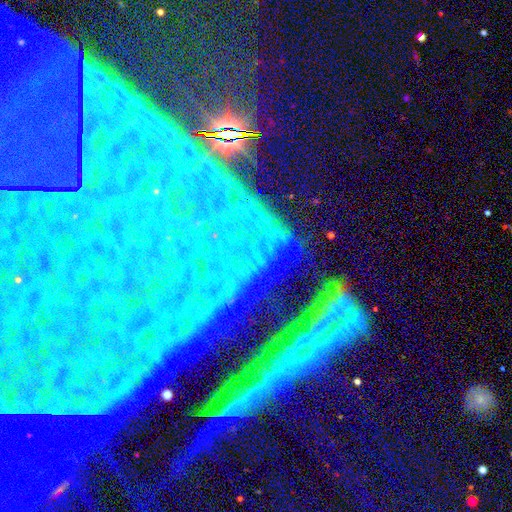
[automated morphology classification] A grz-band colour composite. It shows a star or artifact, not a galaxy (81%).